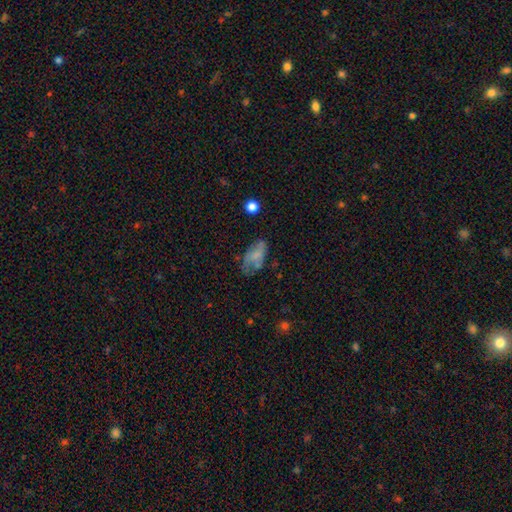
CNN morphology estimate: type=smooth (58%); roundness=in between (90%); merging=none (45%).